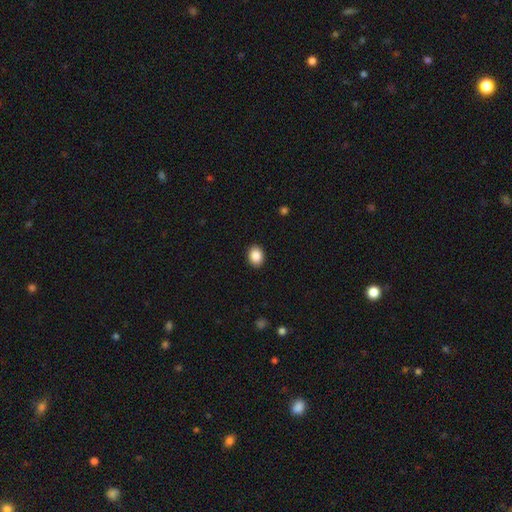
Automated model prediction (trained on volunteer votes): Morphology: type=smooth (88%); roundness=in between (54%); merging=none (91%).